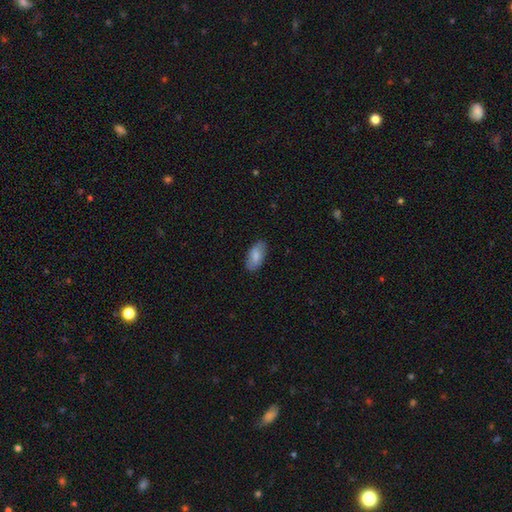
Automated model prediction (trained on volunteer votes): Smooth or featured: smooth — 81% (featured or disk — 12%)
How rounded: in between — 93% (cigar-shaped — 5%)
Merging: none — 84% (minor disturbance — 13%)